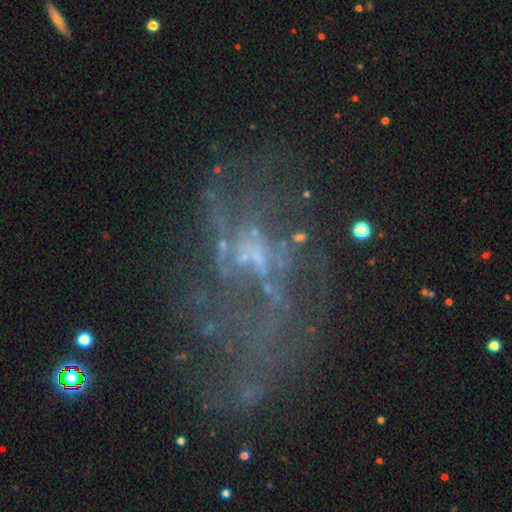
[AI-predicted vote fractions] smooth-or-featured: featured or disk: 71% | star or artifact: 19% | smooth: 11%
  disk-edge-on: no: 97% | yes: 3%
    bar: no: 63% | weak: 29% | strong: 8%
    has-spiral-arms: yes: 55% | no: 45%
    bulge-size: none: 48% | small: 35% | moderate: 13% | large: 2% | dominant: 1%
  merging: none: 41% | major disturbance: 37% | minor disturbance: 16% | merger: 6%